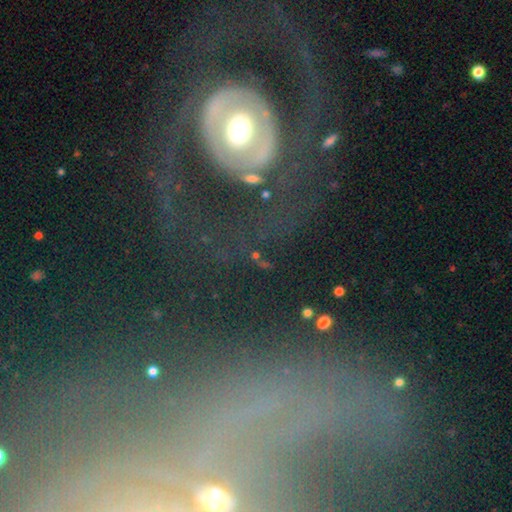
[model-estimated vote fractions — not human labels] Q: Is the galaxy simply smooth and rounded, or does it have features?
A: featured or disk — 57%.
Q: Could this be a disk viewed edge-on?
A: no — 90%.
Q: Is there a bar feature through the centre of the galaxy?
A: no — 67%.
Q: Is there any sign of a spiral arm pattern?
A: no — 56%.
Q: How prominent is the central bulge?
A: moderate — 68%.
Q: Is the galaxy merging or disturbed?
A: none — 69%.